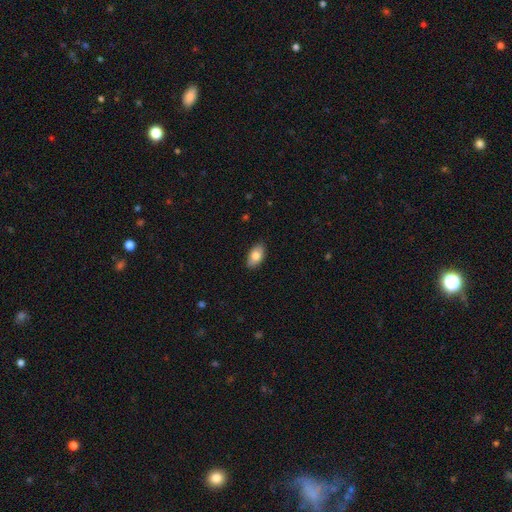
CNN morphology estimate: This is clearly a smooth galaxy (81%). How rounded: clearly in between (93%). Merging: clearly none (88%).